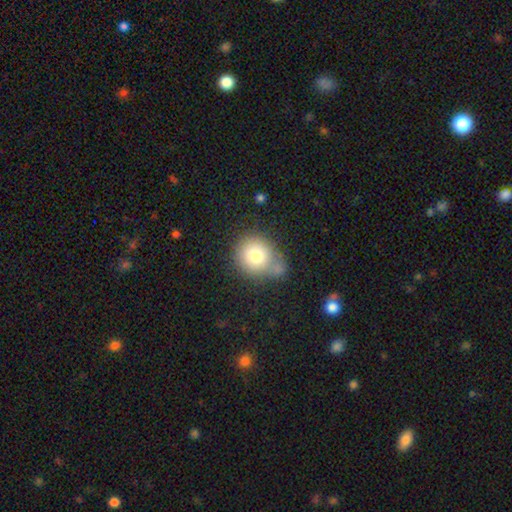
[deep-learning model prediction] The model was most divided on "merging": none: 48%, merger: 23%, minor disturbance: 20%, major disturbance: 9%. More confident: how rounded — round (82%); smooth or featured — smooth (78%).